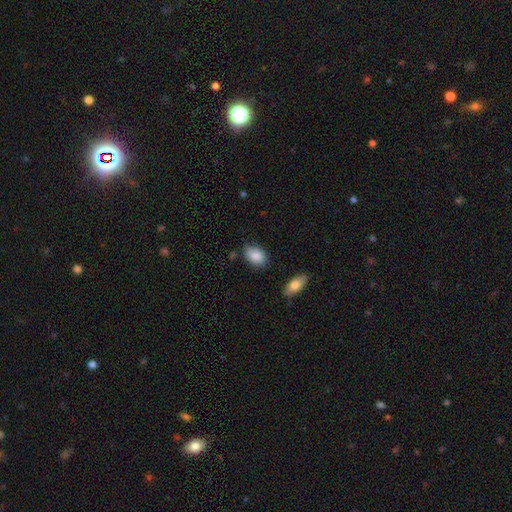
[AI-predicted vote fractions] A smooth galaxy with no disk features (86%) that is in between round and cigar-shaped (83%).

Vote fractions:
- Smooth or featured? smooth: 86% / featured or disk: 7% / star or artifact: 7%
- How rounded? in between: 83% / round: 15% / cigar-shaped: 1%
- Merging? none: 73% / minor disturbance: 20% / merger: 3% / major disturbance: 3%